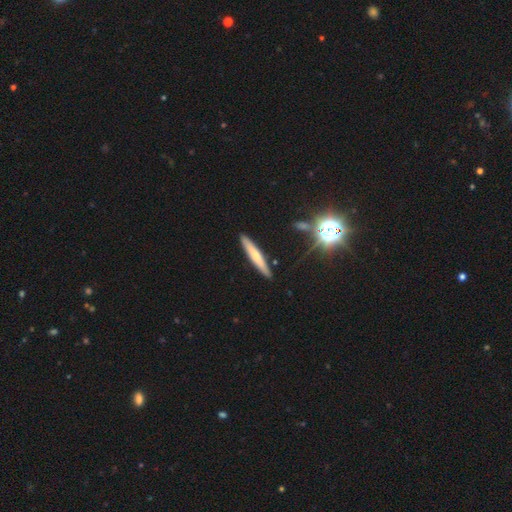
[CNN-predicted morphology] Smooth or featured? smooth (58%)
How rounded? cigar-shaped (92%)
Merging? none (89%)